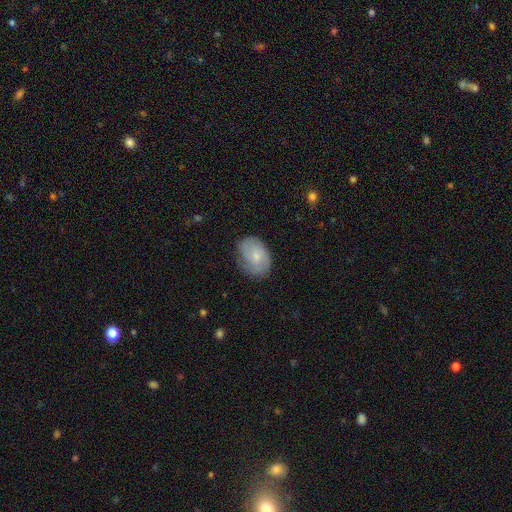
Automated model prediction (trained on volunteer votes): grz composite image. It shows a smooth galaxy with no disk features (61%) that is in between round and cigar-shaped (80%). Merging: none (73%).